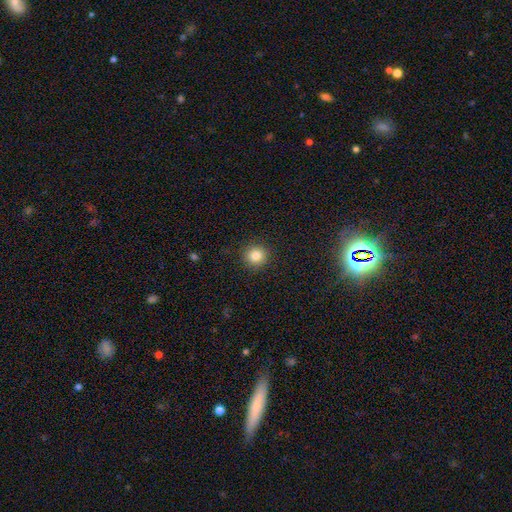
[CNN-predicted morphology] This is clearly a smooth galaxy (83%). How rounded: clearly round (94%). Merging: clearly none (92%).